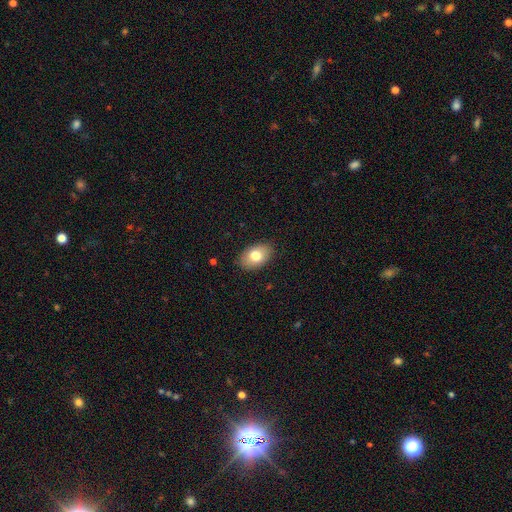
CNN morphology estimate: Q: Smooth or featured?
A: smooth (77%); runner-up: featured or disk (15%)
Q: How rounded?
A: in between (89%); runner-up: round (10%)
Q: Merging?
A: none (86%); runner-up: minor disturbance (10%)